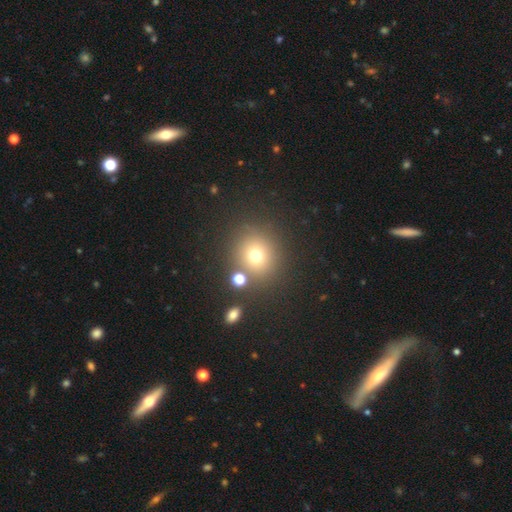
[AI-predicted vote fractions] Overall: smooth (71%). How rounded: round (86%). Merging: none (78%).